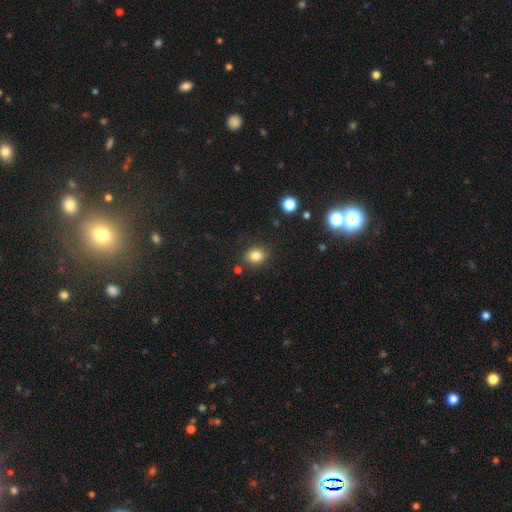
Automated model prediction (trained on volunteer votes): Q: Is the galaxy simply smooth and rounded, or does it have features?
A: smooth — 82%.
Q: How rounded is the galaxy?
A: in between — 51%.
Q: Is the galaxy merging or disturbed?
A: none — 83%.